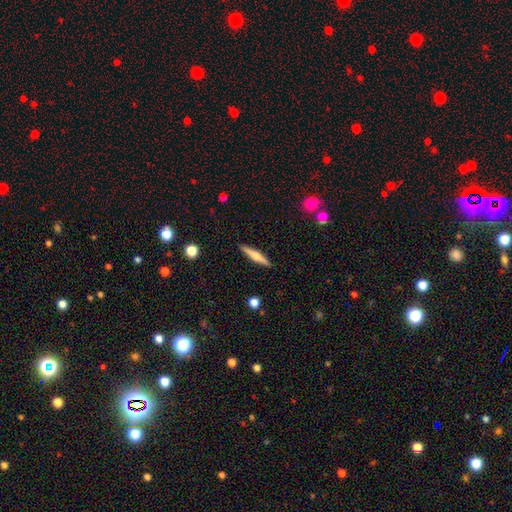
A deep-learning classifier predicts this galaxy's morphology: type=featured or disk (53%); edge-on=yes (97%); edge-on bulge=rounded (81%); merging=none (91%).